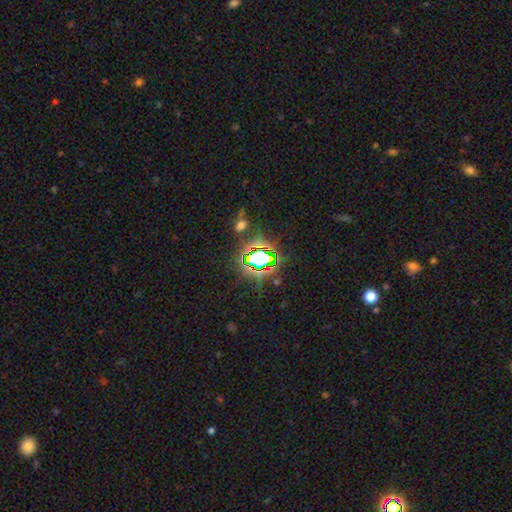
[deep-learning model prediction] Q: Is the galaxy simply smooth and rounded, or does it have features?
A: star or artifact — 75%.